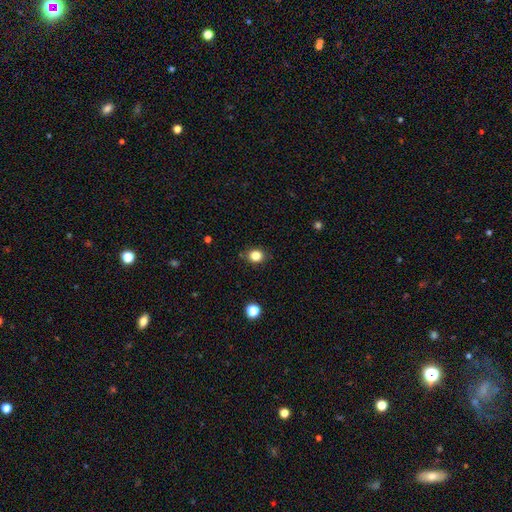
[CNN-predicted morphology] Smooth or featured? smooth (83%)
How rounded? round (75%)
Merging? none (87%)